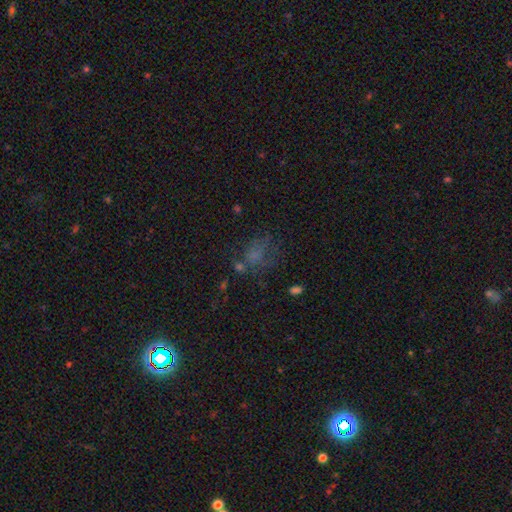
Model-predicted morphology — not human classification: Smooth or featured? Predicted: smooth (p=0.48). Merging? Predicted: none (p=0.44).